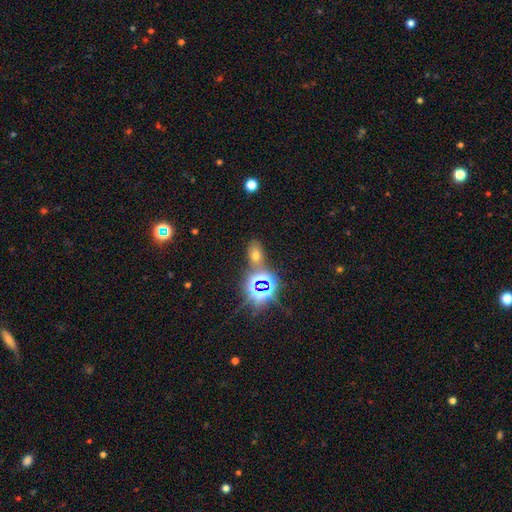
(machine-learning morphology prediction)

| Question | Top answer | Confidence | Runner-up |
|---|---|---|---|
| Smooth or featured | smooth | 52% | star or artifact (38%) |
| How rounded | in between | 81% | round (16%) |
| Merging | none | 68% | merger (15%) |